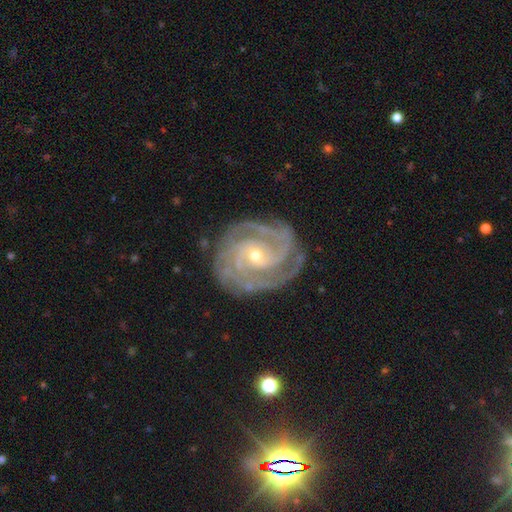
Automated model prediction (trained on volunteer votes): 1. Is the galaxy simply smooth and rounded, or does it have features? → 92% featured or disk, 5% star or artifact, 4% smooth.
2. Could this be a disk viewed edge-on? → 98% no, 2% yes.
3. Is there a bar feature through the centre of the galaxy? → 59% no, 30% weak, 11% strong.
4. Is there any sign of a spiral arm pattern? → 98% yes, 2% no.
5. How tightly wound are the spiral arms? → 69% tight, 27% medium, 4% loose.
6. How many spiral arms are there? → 32% 3, 24% 2, 16% 4, 14% can't tell, 7% more than 4, 7% 1.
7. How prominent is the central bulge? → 58% small, 39% moderate, 1% large, 1% none, 1% dominant.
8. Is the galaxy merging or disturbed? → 79% none, 14% minor disturbance, 5% major disturbance, 1% merger.